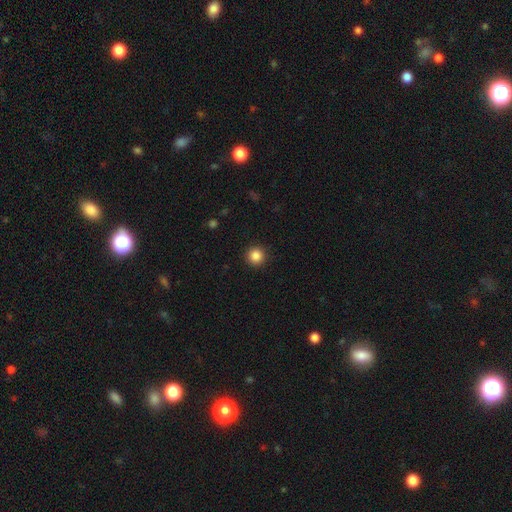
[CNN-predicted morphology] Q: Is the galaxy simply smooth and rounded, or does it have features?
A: smooth — 86%.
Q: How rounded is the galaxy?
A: round — 95%.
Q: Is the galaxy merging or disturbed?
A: none — 92%.